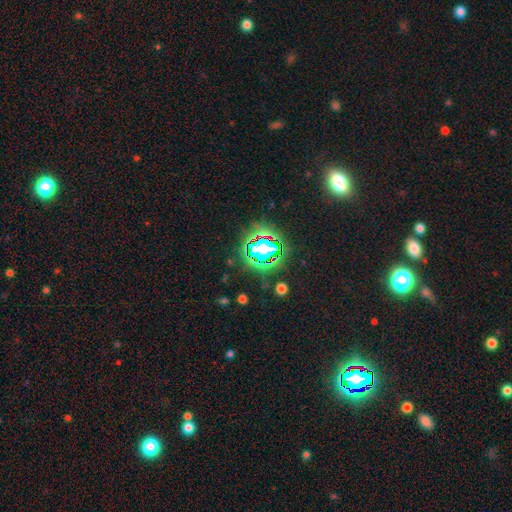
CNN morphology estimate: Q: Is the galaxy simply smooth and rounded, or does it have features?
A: star or artifact — 80%.